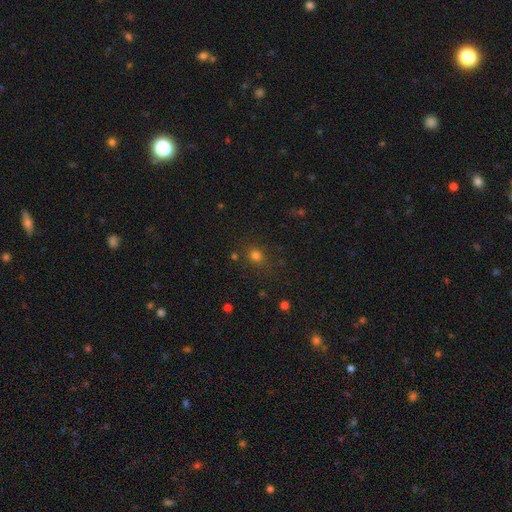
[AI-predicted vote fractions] Smooth or featured: smooth — 75% (star or artifact — 19%)
How rounded: round — 76% (in between — 23%)
Merging: none — 79% (minor disturbance — 12%)